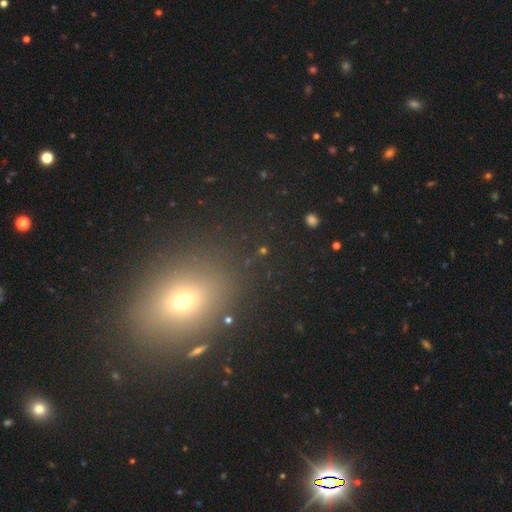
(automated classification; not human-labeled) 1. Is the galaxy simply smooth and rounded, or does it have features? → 57% smooth, 32% star or artifact, 11% featured or disk.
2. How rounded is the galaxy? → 63% in between, 35% round, 3% cigar-shaped.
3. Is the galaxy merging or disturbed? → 87% none, 7% minor disturbance, 3% major disturbance, 2% merger.